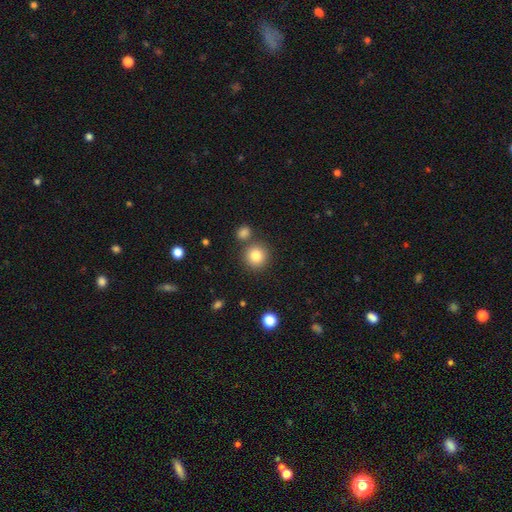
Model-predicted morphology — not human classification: Smooth or featured? Predicted: smooth (p=0.83). How rounded? Predicted: round (p=0.92). Merging? Predicted: none (p=0.77).